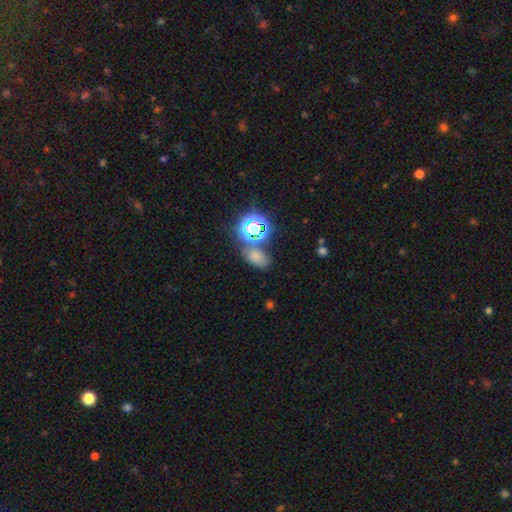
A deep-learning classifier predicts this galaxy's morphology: Q: Smooth or featured?
A: smooth (59%); runner-up: star or artifact (32%)
Q: How rounded?
A: in between (82%); runner-up: round (16%)
Q: Merging?
A: none (59%); runner-up: merger (17%)